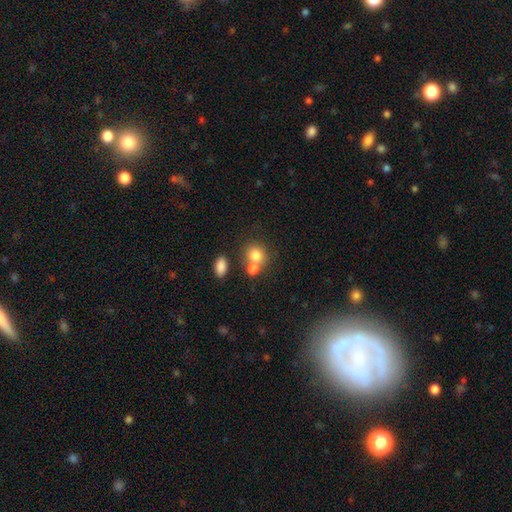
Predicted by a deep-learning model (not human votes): Smooth or featured? smooth (78%)
How rounded? round (68%)
Merging? merger (45%)